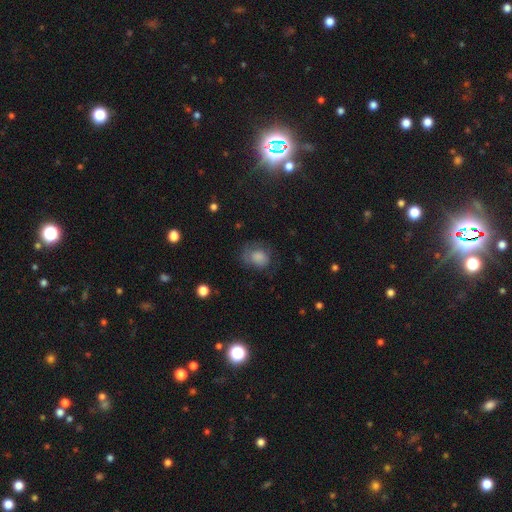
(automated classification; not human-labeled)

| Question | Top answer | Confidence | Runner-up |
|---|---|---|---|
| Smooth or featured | smooth | 69% | featured or disk (19%) |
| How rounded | round | 56% | in between (42%) |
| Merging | none | 55% | minor disturbance (26%) |